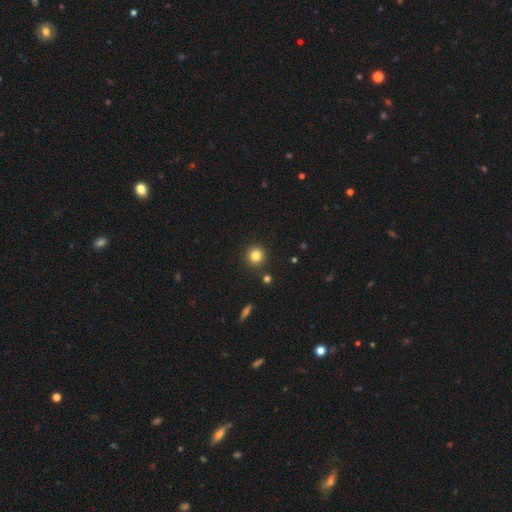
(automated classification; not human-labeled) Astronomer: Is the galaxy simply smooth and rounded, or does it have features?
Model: smooth — 82%.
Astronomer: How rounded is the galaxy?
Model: round — 94%.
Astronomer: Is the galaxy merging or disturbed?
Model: none — 90%.